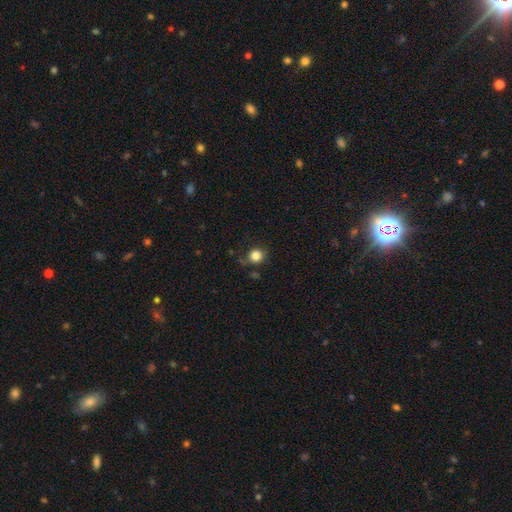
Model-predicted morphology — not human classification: A smooth galaxy with no disk features (84%) that is round (88%). Merging: none (78%).